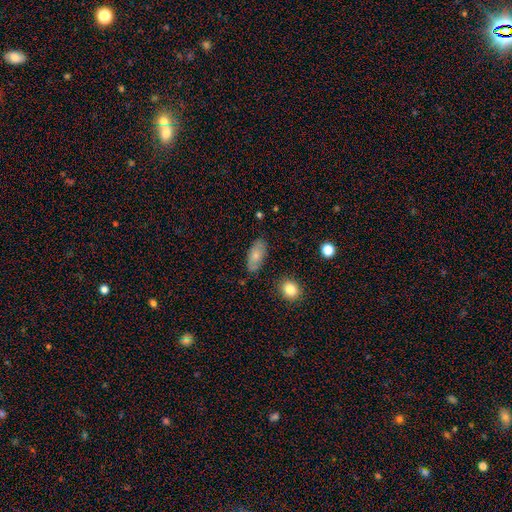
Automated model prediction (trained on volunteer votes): Smooth or featured?
  - smooth: 75% *
  - featured or disk: 18%
  - star or artifact: 7%
How rounded?
  - in between: 88% *
  - cigar-shaped: 8%
  - round: 3%
Merging?
  - none: 79% *
  - minor disturbance: 15%
  - major disturbance: 3%
  - merger: 3%